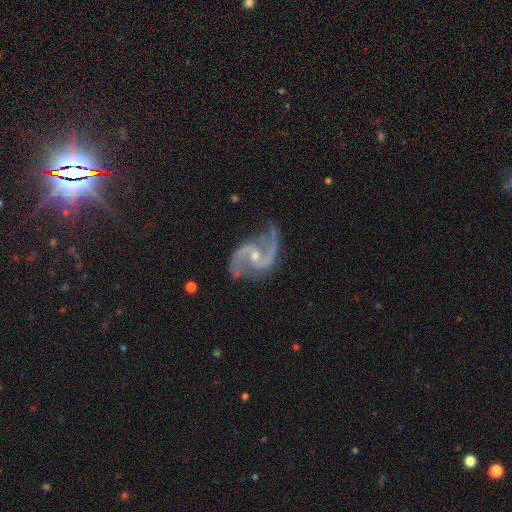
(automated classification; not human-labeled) A featured or disk galaxy (93%) with no bar (44%), 2 (94%) loose (47%) spiral arms (98%) and a small central bulge (60%).

Vote fractions:
- Smooth or featured? featured or disk: 93% / star or artifact: 4% / smooth: 2%
- Edge-on disk? no: 98% / yes: 2%
- Bar? no: 44% / weak: 42% / strong: 13%
- Spiral arms? yes: 98% / no: 2%
- Spiral winding? loose: 47% / medium: 45% / tight: 8%
- Spiral arm count? 2: 94% / can't tell: 1% / 1: 1% / 3: 1% / 4: 1% / more than 4: 1%
- Bulge size? small: 60% / moderate: 37% / none: 2% / large: 1% / dominant: 1%
- Merging? none: 72% / minor disturbance: 18% / major disturbance: 8% / merger: 2%